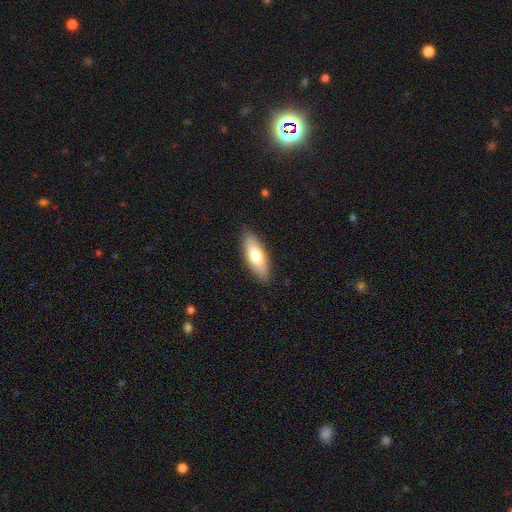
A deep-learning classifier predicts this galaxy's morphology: Smooth or featured?
  - smooth: 71% *
  - featured or disk: 23%
  - star or artifact: 6%
How rounded?
  - in between: 67% *
  - cigar-shaped: 30%
  - round: 2%
Merging?
  - none: 88% *
  - minor disturbance: 9%
  - major disturbance: 2%
  - merger: 1%